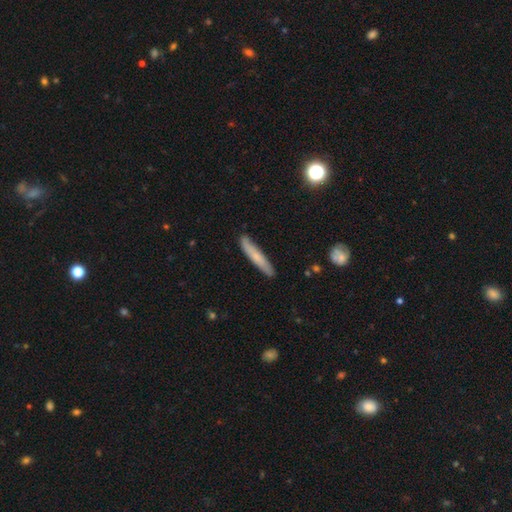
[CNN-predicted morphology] This appears to be a smooth galaxy with no disk features (65%) that is cigar-shaped (93%). Merging: none (83%).